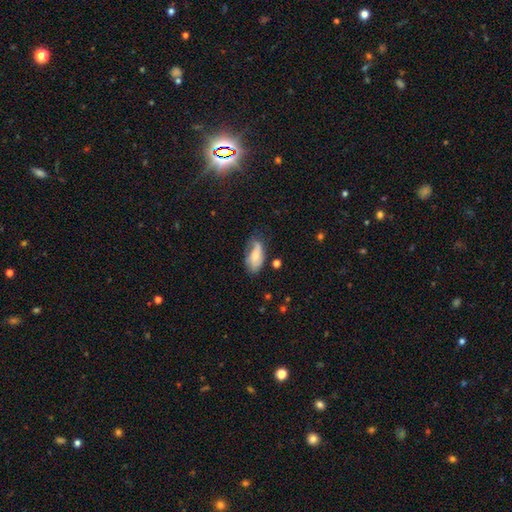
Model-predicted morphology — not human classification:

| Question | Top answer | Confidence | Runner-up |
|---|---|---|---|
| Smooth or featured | smooth | 55% | featured or disk (37%) |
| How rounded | in between | 90% | cigar-shaped (7%) |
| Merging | none | 47% | minor disturbance (33%) |